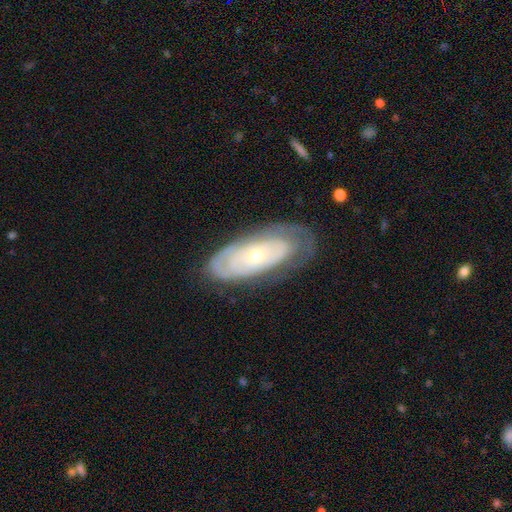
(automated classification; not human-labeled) A featured or disk galaxy (67%) with no bar (85%), spiral arms (61%) and a small central bulge (63%). Merging: none (66%).